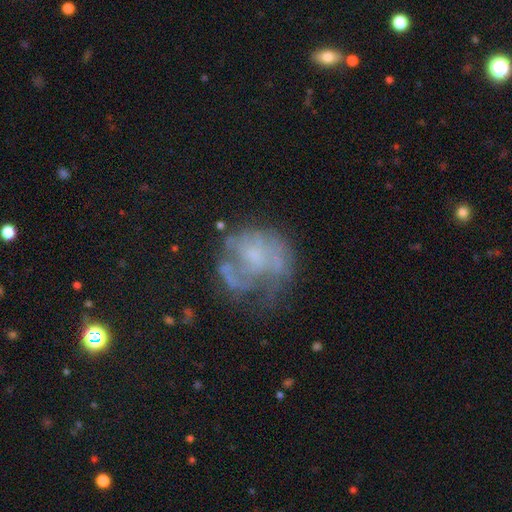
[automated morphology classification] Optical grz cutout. It shows a featured or disk galaxy (66%) with no bar (76%), spiral arms (54%) and no central bulge (36%). Merging: none (44%).